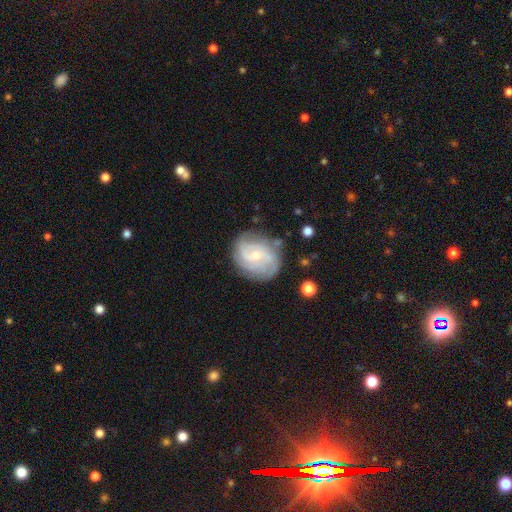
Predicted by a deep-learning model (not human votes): Smooth or featured: featured or disk — 77% (smooth — 17%)
Edge-on disk: no — 97% (yes — 3%)
Bar: no — 60% (weak — 34%)
Spiral arms: yes — 92% (no — 8%)
Spiral winding: tight — 50% (medium — 37%)
Spiral arm count: can't tell — 29% (3 — 26%)
Bulge size: small — 66% (moderate — 30%)
Merging: none — 73% (minor disturbance — 18%)